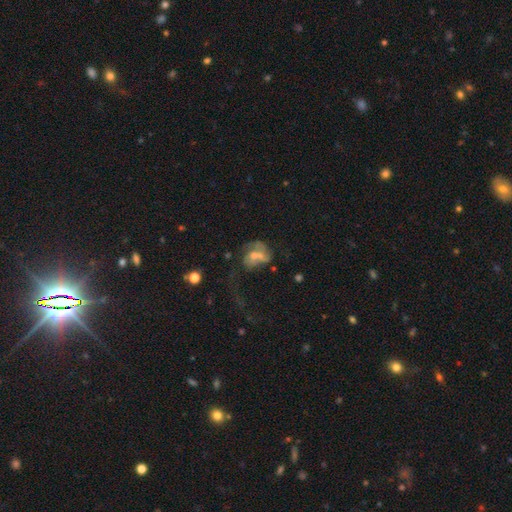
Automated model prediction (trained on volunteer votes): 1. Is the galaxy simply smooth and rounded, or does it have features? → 52% featured or disk, 36% smooth, 12% star or artifact.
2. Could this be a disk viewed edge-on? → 97% no, 3% yes.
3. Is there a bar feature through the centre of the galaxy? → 74% no, 21% weak, 6% strong.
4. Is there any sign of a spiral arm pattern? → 51% yes, 49% no.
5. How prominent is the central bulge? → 51% moderate, 33% small, 8% none, 6% large, 2% dominant.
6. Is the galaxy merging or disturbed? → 42% merger, 26% major disturbance, 20% none, 13% minor disturbance.